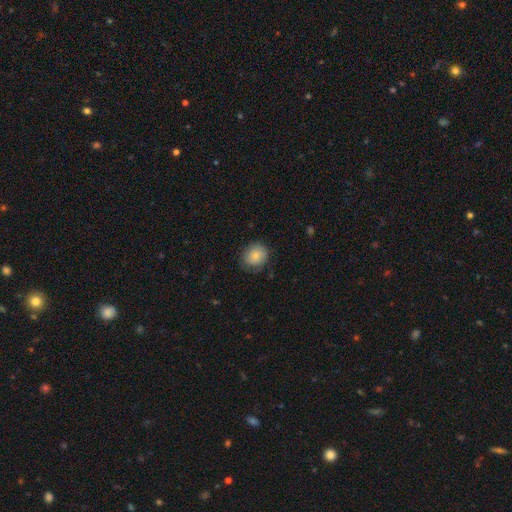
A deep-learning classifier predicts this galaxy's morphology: Smooth or featured? Predicted: smooth (p=0.83). How rounded? Predicted: round (p=0.76). Merging? Predicted: none (p=0.76).